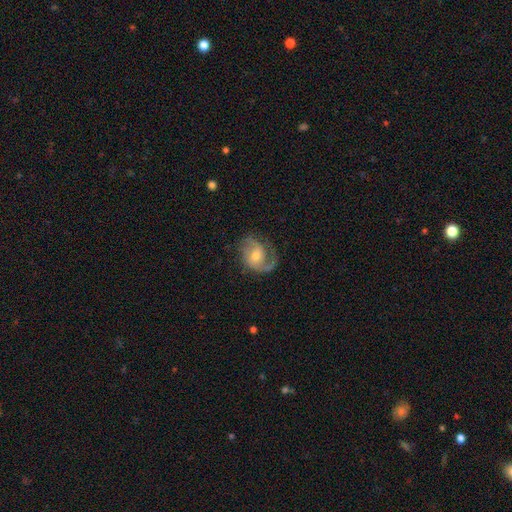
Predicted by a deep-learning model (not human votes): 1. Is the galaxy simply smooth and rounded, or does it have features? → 79% featured or disk, 15% smooth, 6% star or artifact.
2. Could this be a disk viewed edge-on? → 97% no, 3% yes.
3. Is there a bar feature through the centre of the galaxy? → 53% no, 39% weak, 8% strong.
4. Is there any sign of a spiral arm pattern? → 94% yes, 6% no.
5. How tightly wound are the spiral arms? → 48% medium, 29% loose, 23% tight.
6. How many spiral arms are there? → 64% 2, 22% 1, 8% can't tell, 4% 3, 1% 4, 1% more than 4.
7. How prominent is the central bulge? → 60% moderate, 32% small, 5% large, 2% none, 1% dominant.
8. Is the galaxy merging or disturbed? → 62% none, 21% minor disturbance, 16% major disturbance, 2% merger.